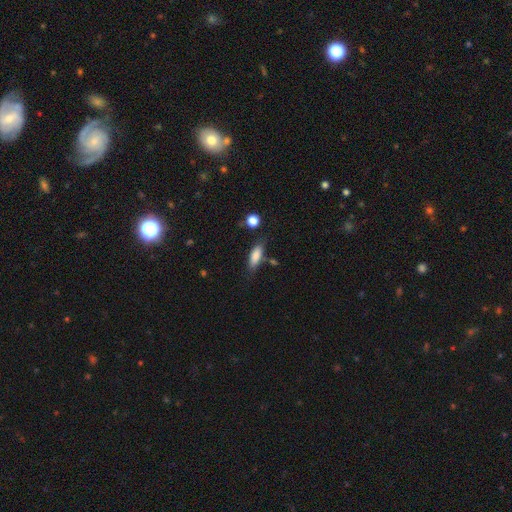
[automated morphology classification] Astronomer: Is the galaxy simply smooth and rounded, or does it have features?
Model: smooth — 82%.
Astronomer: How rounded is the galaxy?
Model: in between — 61% (runner-up: cigar-shaped, 36%).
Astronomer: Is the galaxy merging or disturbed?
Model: none — 69%.